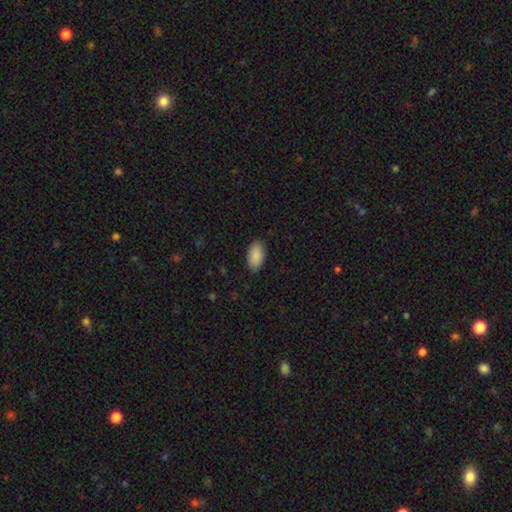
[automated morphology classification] A smooth galaxy with no disk features (90%) that is in between round and cigar-shaped (95%).

Vote fractions:
- Smooth or featured? smooth: 90% / star or artifact: 6% / featured or disk: 3%
- How rounded? in between: 95% / round: 3% / cigar-shaped: 2%
- Merging? none: 88% / minor disturbance: 9% / major disturbance: 2% / merger: 1%